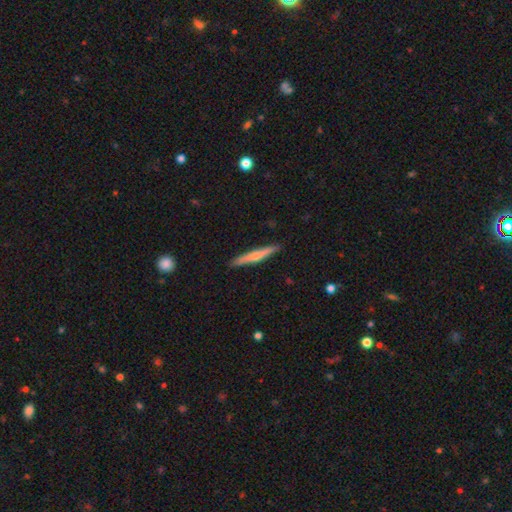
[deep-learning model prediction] Smooth or featured?
  - smooth: 56% *
  - featured or disk: 39%
  - star or artifact: 5%
How rounded?
  - cigar-shaped: 95% *
  - in between: 4%
  - round: 1%
Merging?
  - none: 89% *
  - minor disturbance: 8%
  - major disturbance: 1%
  - merger: 1%